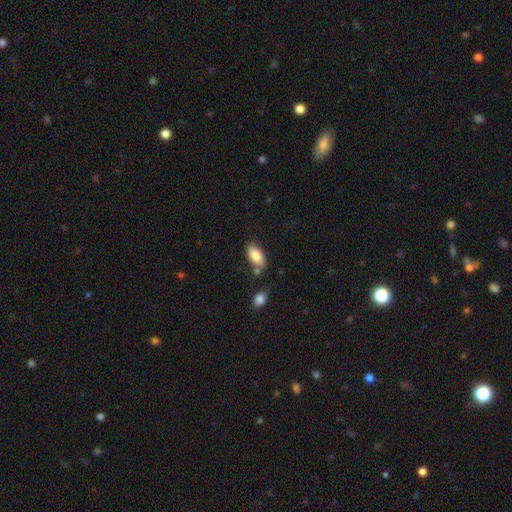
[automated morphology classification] A smooth galaxy with no disk features (84%) that is in between round and cigar-shaped (92%).

Vote fractions:
- Smooth or featured? smooth: 84% / featured or disk: 10% / star or artifact: 7%
- How rounded? in between: 92% / cigar-shaped: 4% / round: 3%
- Merging? none: 68% / minor disturbance: 17% / merger: 11% / major disturbance: 4%